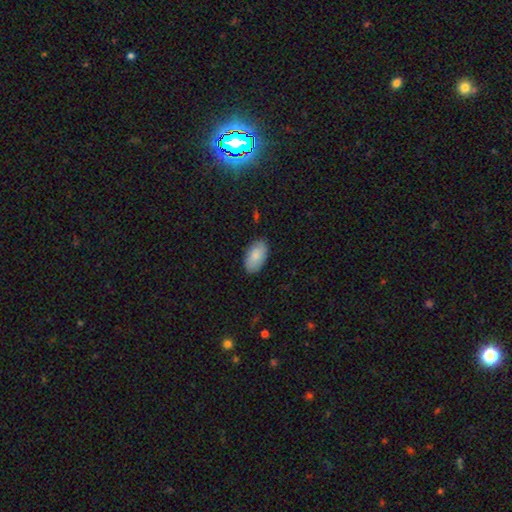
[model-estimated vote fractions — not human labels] smooth 84%, featured or disk 10%, star or artifact 6%. Down the decision tree: how rounded — in between (95%); merging — none (86%).